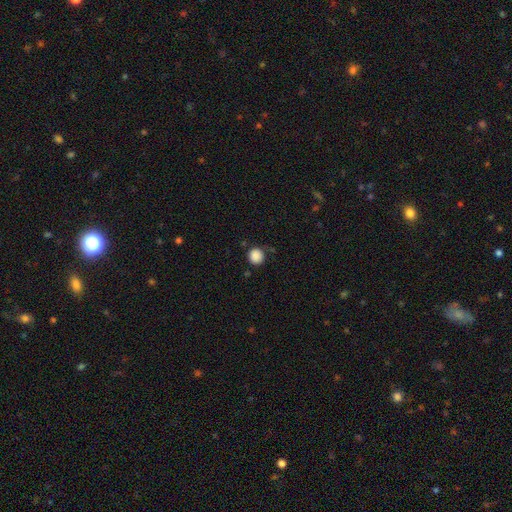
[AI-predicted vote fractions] Smooth or featured?
  - smooth: 88% *
  - star or artifact: 10%
  - featured or disk: 3%
How rounded?
  - round: 91% *
  - in between: 8%
  - cigar-shaped: 1%
Merging?
  - none: 84% *
  - minor disturbance: 11%
  - major disturbance: 3%
  - merger: 2%